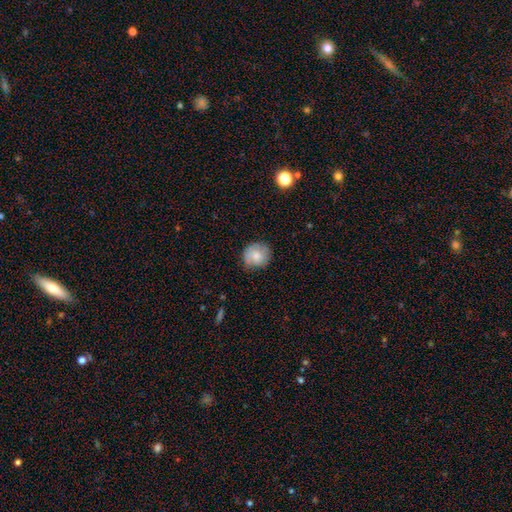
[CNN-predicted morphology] type=smooth (74%); roundness=round (85%); merging=none (72%).